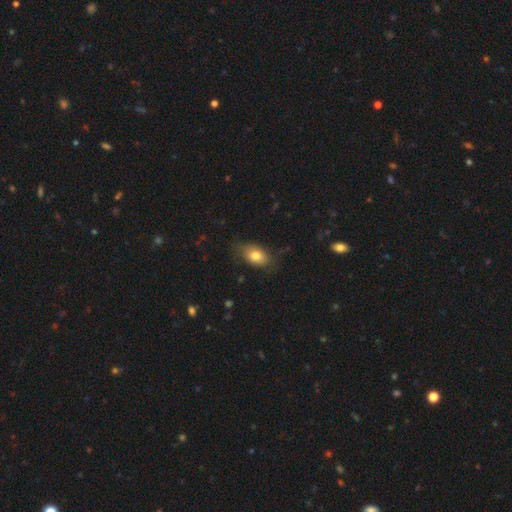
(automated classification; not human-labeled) Smooth or featured: smooth — 78% (featured or disk — 14%)
How rounded: in between — 86% (round — 11%)
Merging: none — 68% (minor disturbance — 24%)